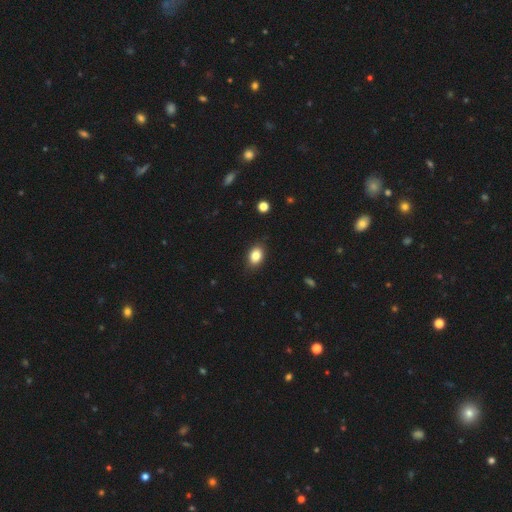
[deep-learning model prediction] This appears to be a smooth galaxy with no disk features (84%) that is in between round and cigar-shaped (81%). Merging: none (85%).